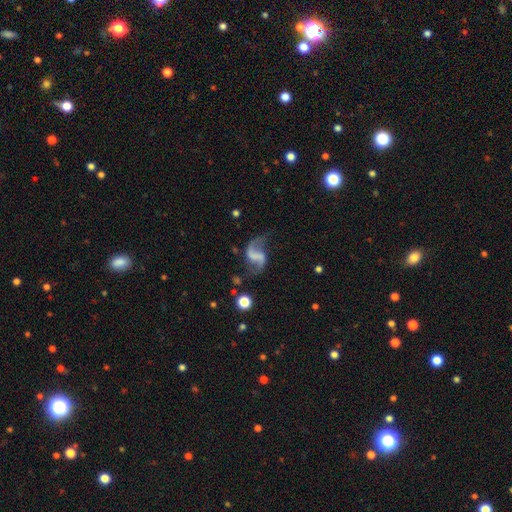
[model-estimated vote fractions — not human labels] Smooth or featured? Predicted: featured or disk (p=0.85). Edge-on disk? Predicted: no (p=0.98). Bar? Predicted: weak (p=0.39). Spiral arms? Predicted: yes (p=0.95). Spiral winding? Predicted: loose (p=0.79). Spiral arm count? Predicted: 2 (p=0.92). Bulge size? Predicted: none (p=0.72). Merging? Predicted: none (p=0.66).